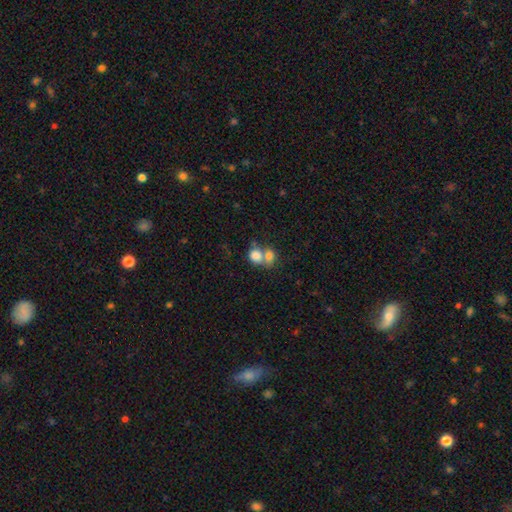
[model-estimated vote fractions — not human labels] smooth-or-featured: smooth: 79% | featured or disk: 11% | star or artifact: 10%
  how-rounded: round: 60% | in between: 38% | cigar-shaped: 1%
  merging: merger: 63% | none: 26% | minor disturbance: 7% | major disturbance: 4%